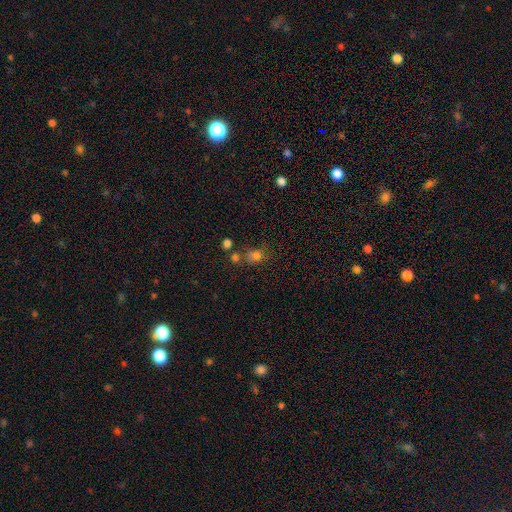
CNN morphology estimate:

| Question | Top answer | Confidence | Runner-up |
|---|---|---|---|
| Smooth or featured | smooth | 69% | star or artifact (21%) |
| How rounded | round | 54% | in between (44%) |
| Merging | none | 52% | merger (21%) |